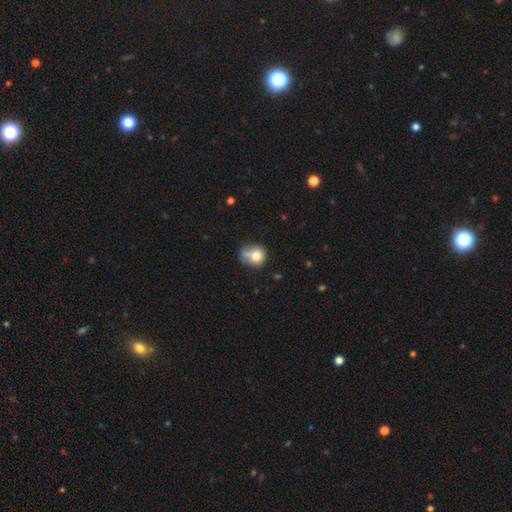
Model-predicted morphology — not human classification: Smooth or featured: smooth — 74% (featured or disk — 16%)
How rounded: round — 71% (in between — 28%)
Merging: none — 39% (merger — 26%)